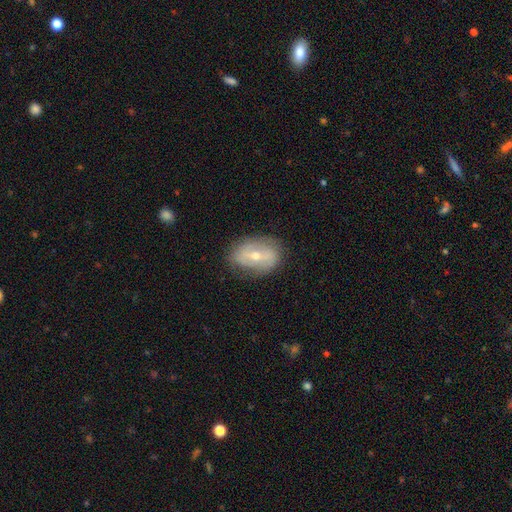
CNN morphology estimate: Overall: featured or disk (61%; smooth 31%). Edge-on disk: no (91%). Bar: weak (38%; strong 36%). Spiral arms: yes (53%; no 47%). Bulge size: moderate (54%; small 42%). Merging: none (79%).